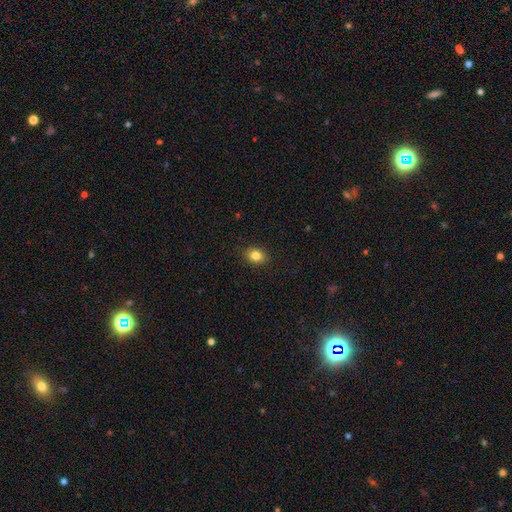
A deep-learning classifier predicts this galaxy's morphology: type=smooth (84%); roundness=in between (61%); merging=none (90%).